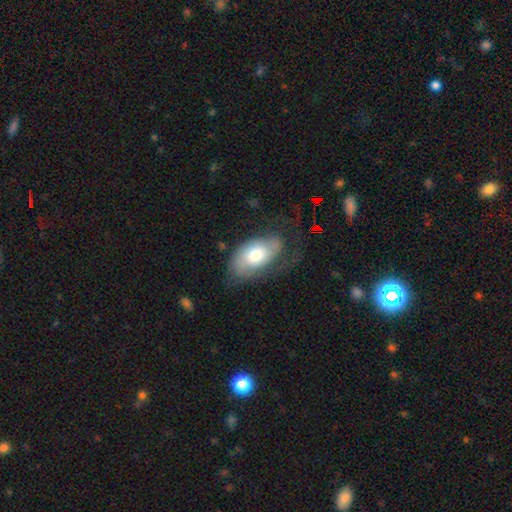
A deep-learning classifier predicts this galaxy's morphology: A smooth galaxy with no disk features (49%).

Vote fractions:
- Smooth or featured? smooth: 49% / featured or disk: 45% / star or artifact: 7%
- Merging? none: 47% / minor disturbance: 26% / major disturbance: 25% / merger: 2%